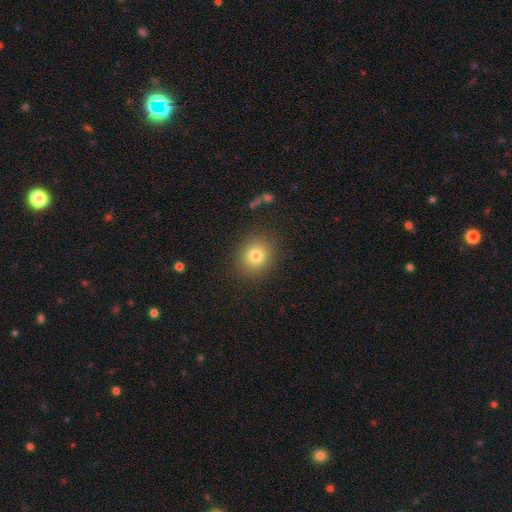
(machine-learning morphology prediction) type=smooth (80%); roundness=round (73%); merging=none (86%).